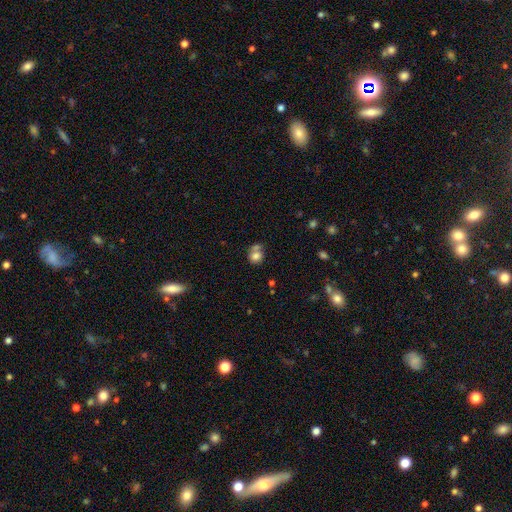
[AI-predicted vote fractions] A smooth galaxy with no disk features (77%) that is round (74%). Merging: none (41%).